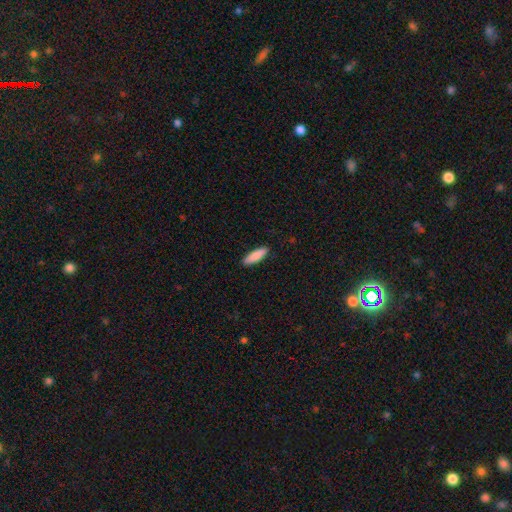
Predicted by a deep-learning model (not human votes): A smooth galaxy with no disk features (85%) that is cigar-shaped (59%). Merging: none (90%).